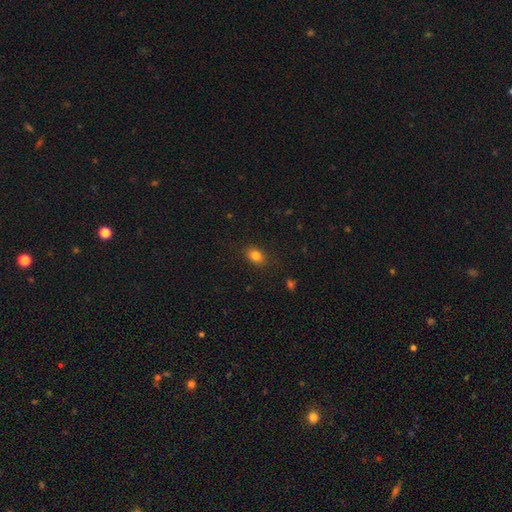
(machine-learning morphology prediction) Smooth or featured? Predicted: smooth (p=0.83). How rounded? Predicted: in between (p=0.76). Merging? Predicted: none (p=0.86).